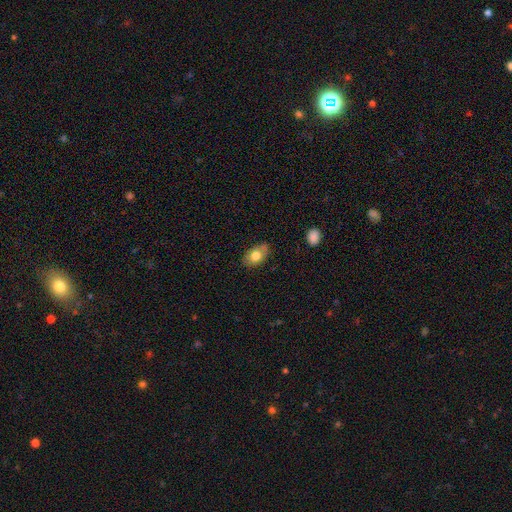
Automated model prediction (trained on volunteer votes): Smooth or featured: smooth — 76% (featured or disk — 16%)
How rounded: in between — 88% (round — 11%)
Merging: none — 73% (minor disturbance — 20%)